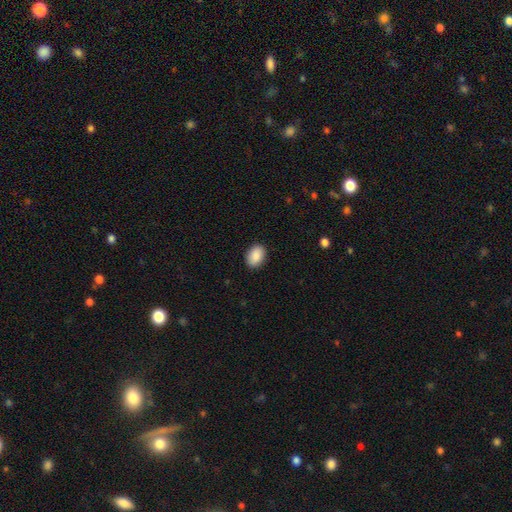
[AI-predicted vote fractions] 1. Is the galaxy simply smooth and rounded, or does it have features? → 89% smooth, 7% star or artifact, 4% featured or disk.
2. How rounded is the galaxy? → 83% in between, 16% round, 1% cigar-shaped.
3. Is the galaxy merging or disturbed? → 89% none, 8% minor disturbance, 2% major disturbance, 1% merger.